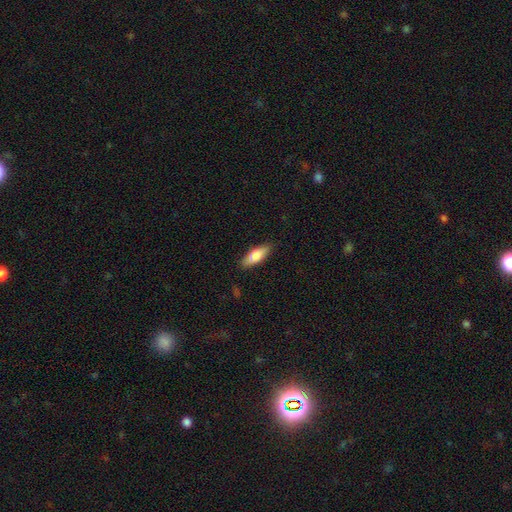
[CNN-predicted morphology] This is likely a smooth galaxy (77%). How rounded: likely in between (68%). Merging: clearly none (84%).